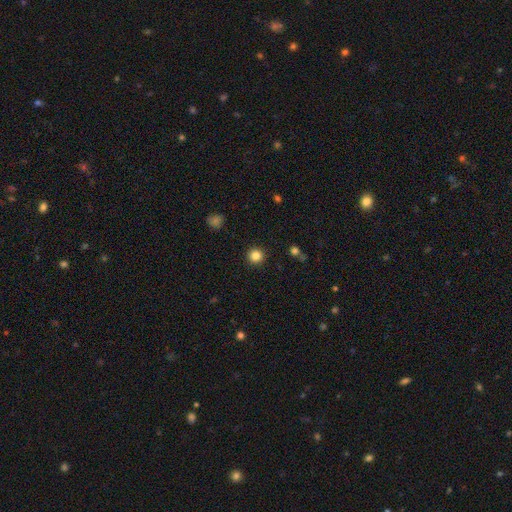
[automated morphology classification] This appears to be a smooth galaxy with no disk features (84%) that is round (95%). Merging: none (92%).